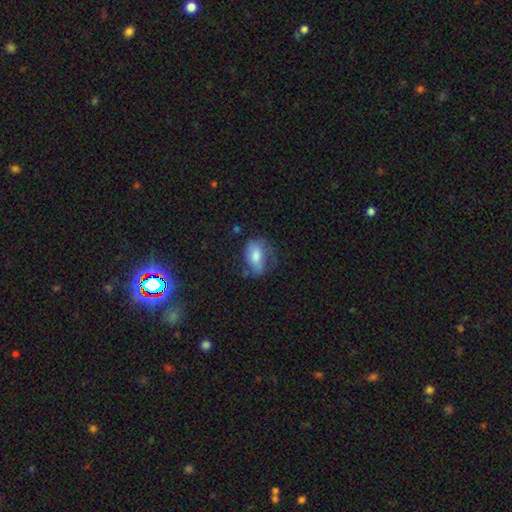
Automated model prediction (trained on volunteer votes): Overall: smooth (69%). How rounded: in between (86%). Merging: none (44%; minor disturbance 31%).